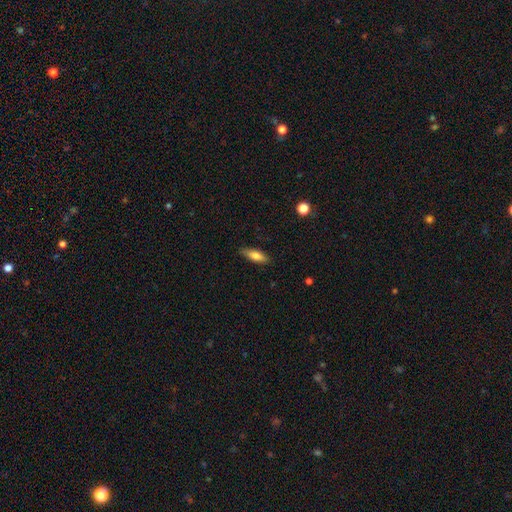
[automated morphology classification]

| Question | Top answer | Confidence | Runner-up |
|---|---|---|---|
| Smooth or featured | smooth | 74% | featured or disk (19%) |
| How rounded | in between | 51% | cigar-shaped (47%) |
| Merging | none | 84% | minor disturbance (12%) |